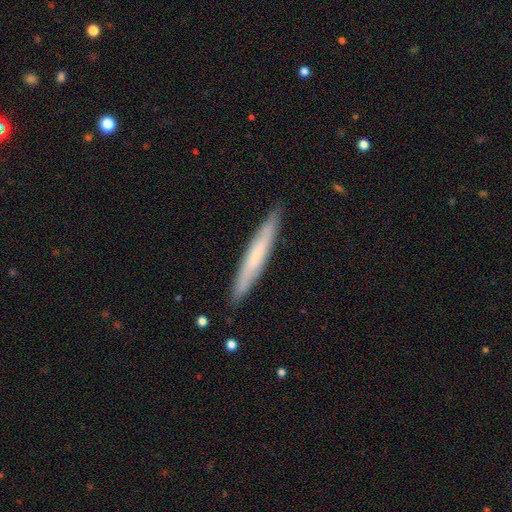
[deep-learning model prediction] Q: Smooth or featured?
A: smooth (55%); runner-up: featured or disk (39%)
Q: How rounded?
A: cigar-shaped (95%); runner-up: in between (4%)
Q: Merging?
A: none (89%); runner-up: minor disturbance (8%)